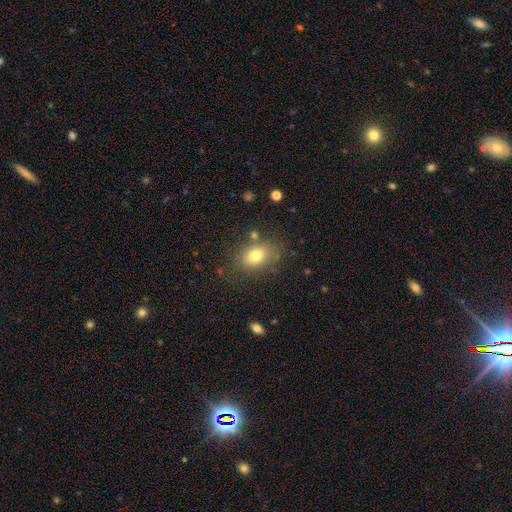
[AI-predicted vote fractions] smooth 75%, featured or disk 14%, star or artifact 11%. Down the decision tree: how rounded — in between (75%); merging — none (74%).